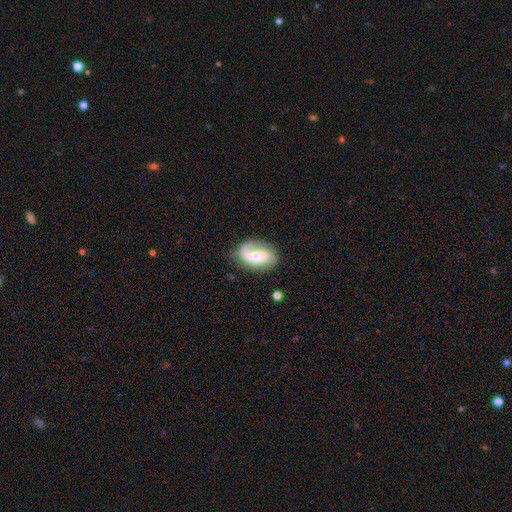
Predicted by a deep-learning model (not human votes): Overall: featured or disk (78%). Edge-on disk: no (97%). Bar: no (48%; weak 38%). Spiral arms: yes (94%). Spiral arm count: 2 (59%; 1 32%). Spiral winding: loose (41%; medium 40%). Bulge size: moderate (49%; small 41%). Merging: none (65%).